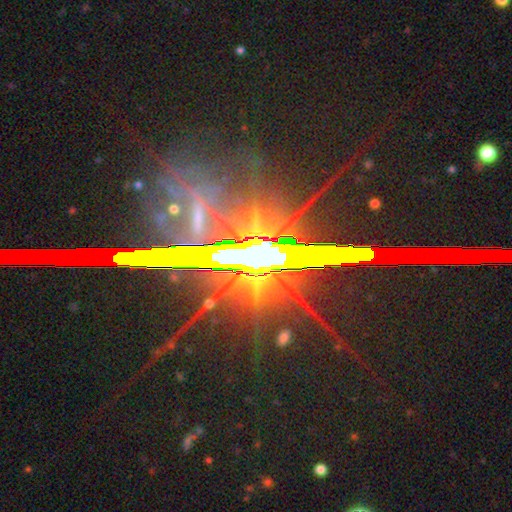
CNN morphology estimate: Overall: star or artifact (75%).